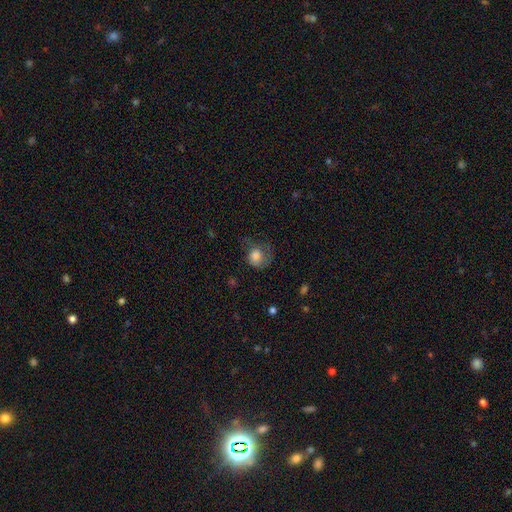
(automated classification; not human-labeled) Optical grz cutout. It shows a smooth galaxy with no disk features (76%) that is round (72%). Merging: major disturbance (37%).